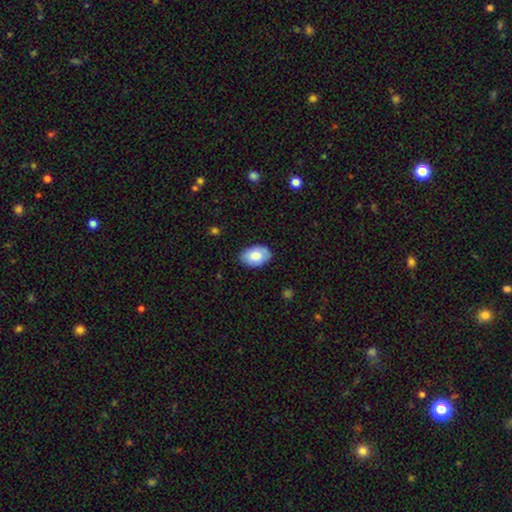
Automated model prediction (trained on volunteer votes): smooth 82%, featured or disk 12%, star or artifact 6%. Down the decision tree: how rounded — in between (90%); merging — none (83%).